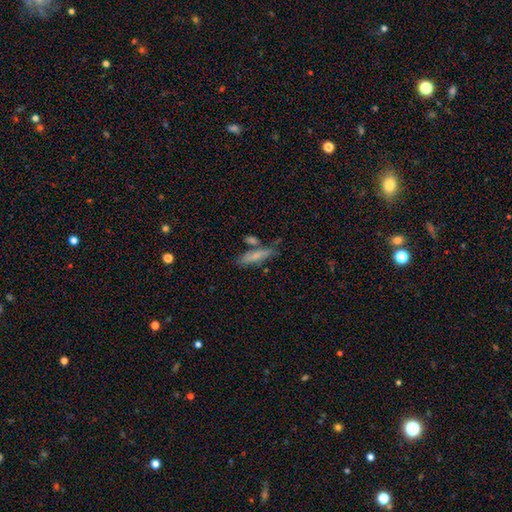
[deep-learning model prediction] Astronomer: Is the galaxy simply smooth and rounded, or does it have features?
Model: smooth — 71%.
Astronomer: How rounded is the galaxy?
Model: cigar-shaped — 74%.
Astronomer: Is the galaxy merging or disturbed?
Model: none — 62%.